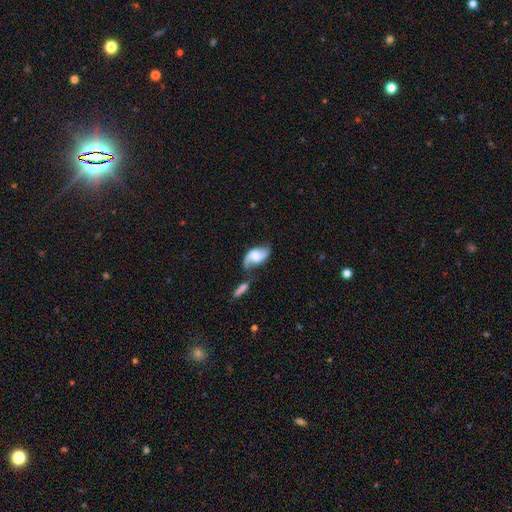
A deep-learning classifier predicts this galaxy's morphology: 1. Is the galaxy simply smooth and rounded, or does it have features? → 73% featured or disk, 20% smooth, 7% star or artifact.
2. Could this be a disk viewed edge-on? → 95% no, 5% yes.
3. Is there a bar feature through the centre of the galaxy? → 48% no, 40% weak, 11% strong.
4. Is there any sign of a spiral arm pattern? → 93% yes, 7% no.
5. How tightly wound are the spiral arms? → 57% loose, 33% medium, 10% tight.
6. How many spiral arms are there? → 88% 2, 5% 1, 4% can't tell, 1% 3, 1% 4, 1% more than 4.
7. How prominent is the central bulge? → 43% moderate, 27% large, 17% small, 10% none, 3% dominant.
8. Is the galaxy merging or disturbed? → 46% none, 27% merger, 18% minor disturbance, 10% major disturbance.